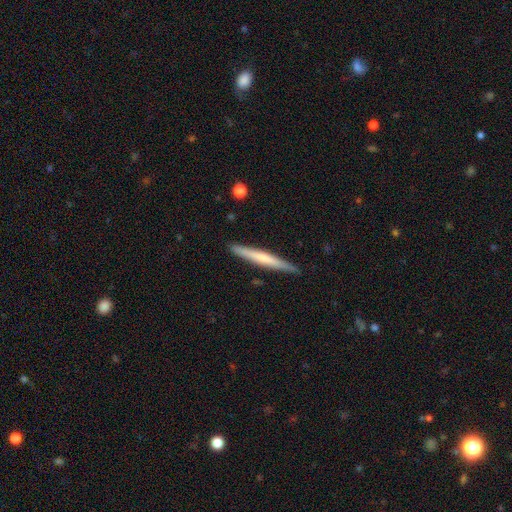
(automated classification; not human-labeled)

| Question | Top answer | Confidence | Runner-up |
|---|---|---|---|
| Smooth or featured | featured or disk | 50% | smooth (44%) |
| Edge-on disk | yes | 97% | no (3%) |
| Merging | none | 90% | minor disturbance (7%) |